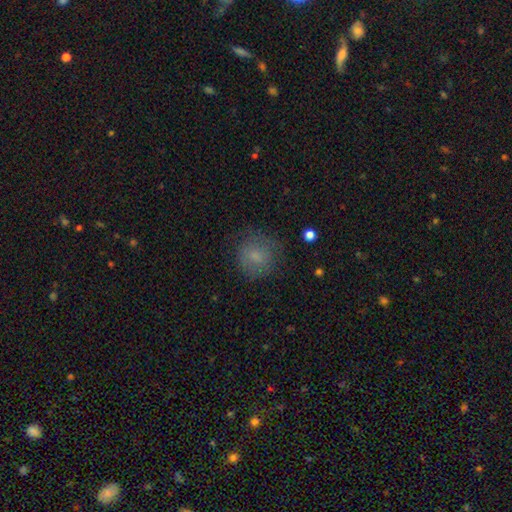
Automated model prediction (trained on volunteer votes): smooth-or-featured: smooth: 73% | featured or disk: 17% | star or artifact: 11%
  how-rounded: round: 86% | in between: 13% | cigar-shaped: 1%
  merging: none: 73% | minor disturbance: 18% | major disturbance: 8% | merger: 1%